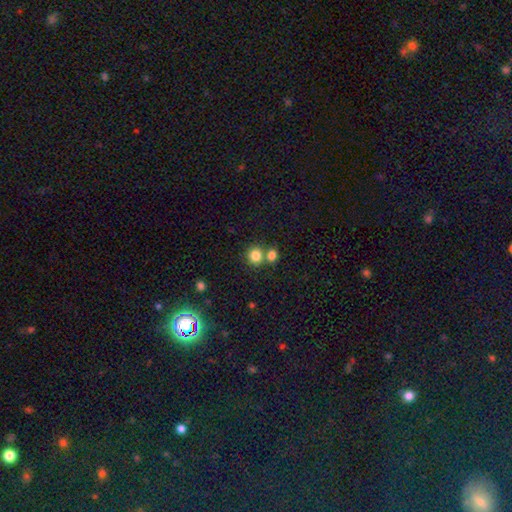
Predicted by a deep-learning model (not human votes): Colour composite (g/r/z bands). It shows a smooth galaxy with no disk features (82%) that is round (86%). Merging: none (57%).